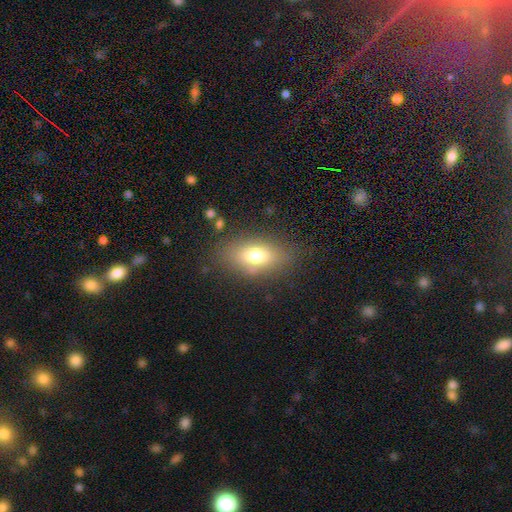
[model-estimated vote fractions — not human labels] This is likely a smooth galaxy (73%). How rounded: clearly in between (84%). Merging: likely none (76%).